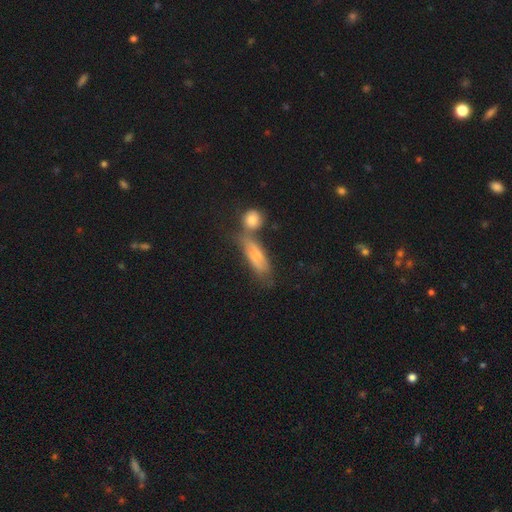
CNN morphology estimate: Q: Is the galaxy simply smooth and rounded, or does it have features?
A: smooth — 64%.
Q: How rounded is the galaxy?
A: in between — 53%.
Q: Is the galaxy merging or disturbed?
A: none — 39%.